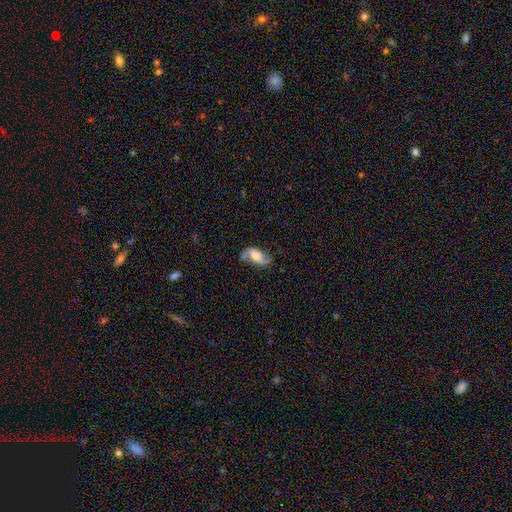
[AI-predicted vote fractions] Smooth or featured? Predicted: featured or disk (p=0.63). Edge-on disk? Predicted: no (p=0.94). Bar? Predicted: no (p=0.53). Spiral arms? Predicted: yes (p=0.90). Spiral winding? Predicted: loose (p=0.54). Spiral arm count? Predicted: 2 (p=0.87). Bulge size? Predicted: moderate (p=0.41). Merging? Predicted: none (p=0.59).